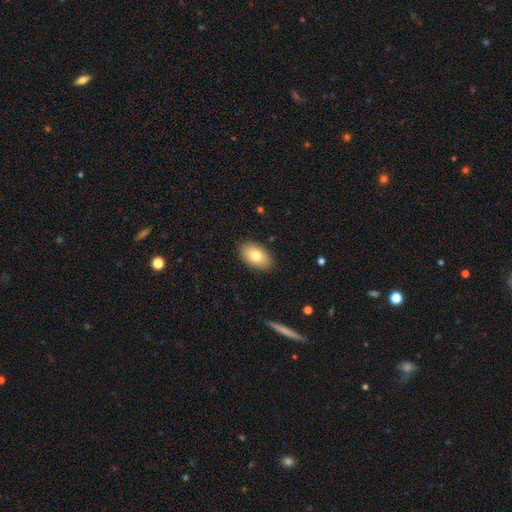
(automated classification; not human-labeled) Morphology: type=smooth (78%); roundness=in between (92%); merging=none (88%).